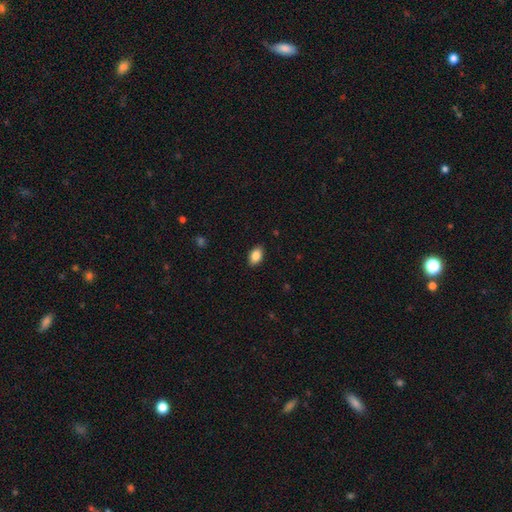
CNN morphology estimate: Smooth or featured? smooth (87%)
How rounded? in between (90%)
Merging? none (89%)